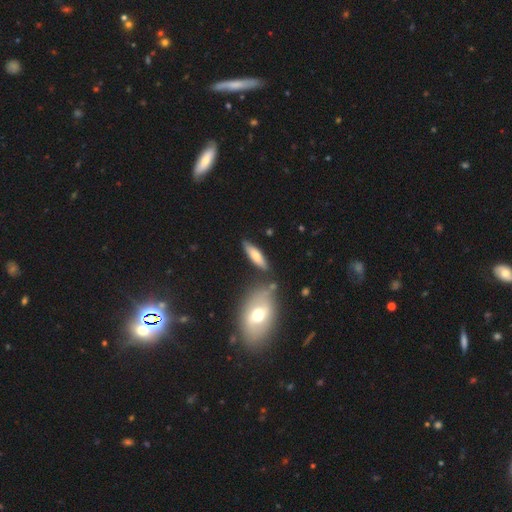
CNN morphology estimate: smooth-or-featured: smooth: 63% | featured or disk: 30% | star or artifact: 7%
  how-rounded: cigar-shaped: 60% | in between: 38% | round: 3%
  merging: none: 76% | minor disturbance: 13% | merger: 8% | major disturbance: 3%